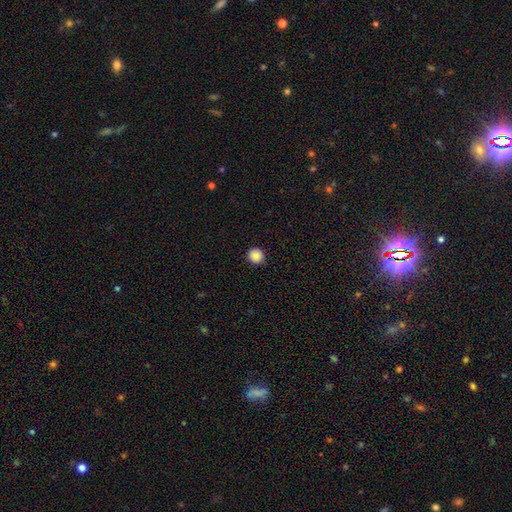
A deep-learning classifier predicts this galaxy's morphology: The model was most divided on "smooth or featured": smooth: 87%, star or artifact: 10%, featured or disk: 3%. More confident: how rounded — round (94%); merging — none (91%).